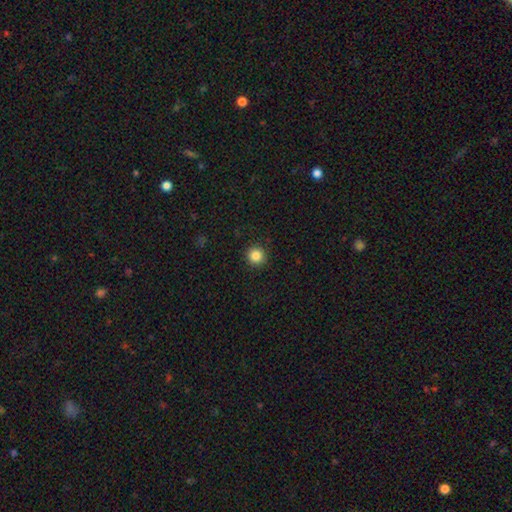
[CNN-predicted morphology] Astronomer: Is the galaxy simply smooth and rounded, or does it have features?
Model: smooth — 86%.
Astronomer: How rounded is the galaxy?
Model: round — 95%.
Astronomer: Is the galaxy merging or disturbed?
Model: none — 92%.